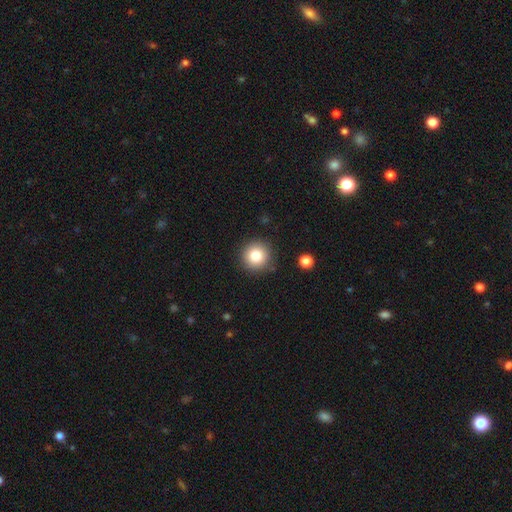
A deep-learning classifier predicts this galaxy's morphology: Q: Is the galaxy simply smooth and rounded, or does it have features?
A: smooth — 82%.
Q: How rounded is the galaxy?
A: round — 95%.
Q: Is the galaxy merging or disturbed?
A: none — 87%.